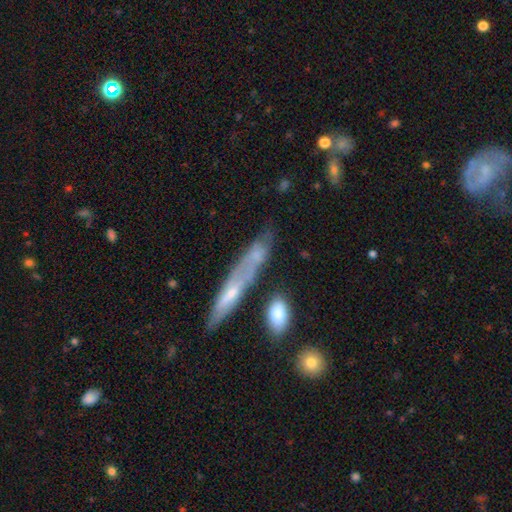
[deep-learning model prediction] smooth_or_featured: smooth (p=0.51) [alt: featured or disk p=0.41]
how_rounded: cigar-shaped (p=0.70) [alt: in between p=0.25]
merging: none (p=0.51) [alt: minor disturbance p=0.24]